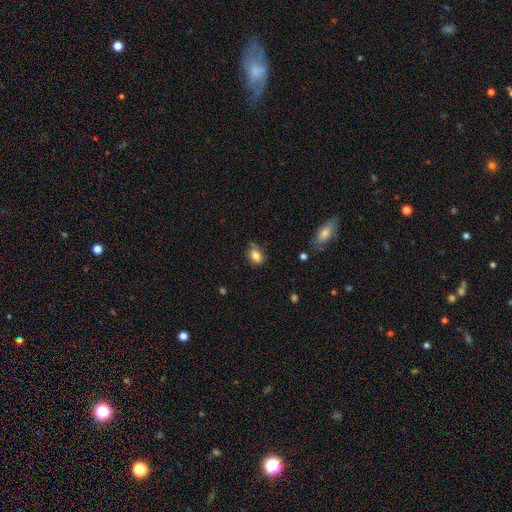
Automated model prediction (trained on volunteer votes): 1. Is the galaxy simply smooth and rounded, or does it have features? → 81% smooth, 10% star or artifact, 10% featured or disk.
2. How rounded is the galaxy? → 68% in between, 30% round, 2% cigar-shaped.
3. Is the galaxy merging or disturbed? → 69% none, 23% minor disturbance, 5% major disturbance, 3% merger.